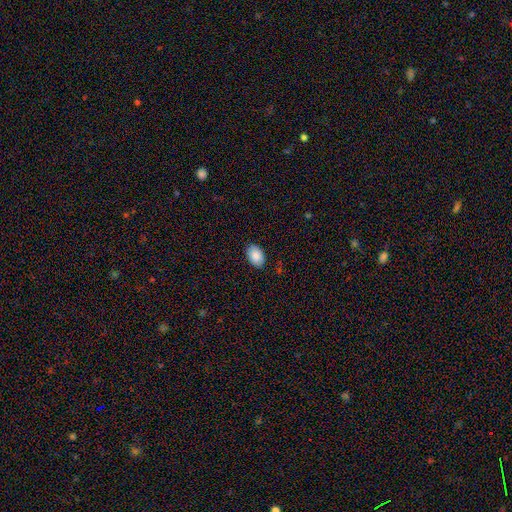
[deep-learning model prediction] Q: Smooth or featured?
A: smooth (88%); runner-up: star or artifact (7%)
Q: How rounded?
A: in between (89%); runner-up: round (10%)
Q: Merging?
A: none (88%); runner-up: minor disturbance (9%)